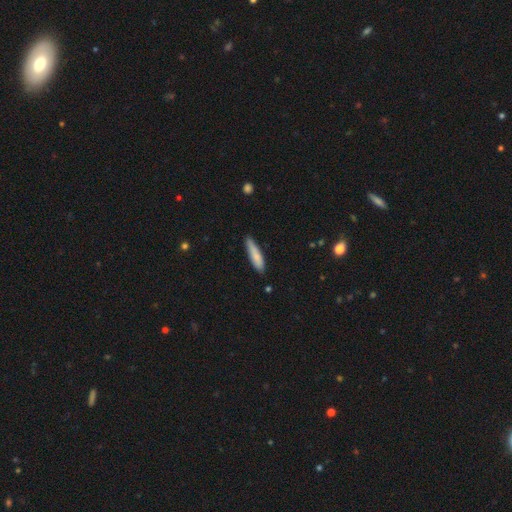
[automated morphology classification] Overall: smooth (82%). How rounded: cigar-shaped (81%). Merging: none (78%).